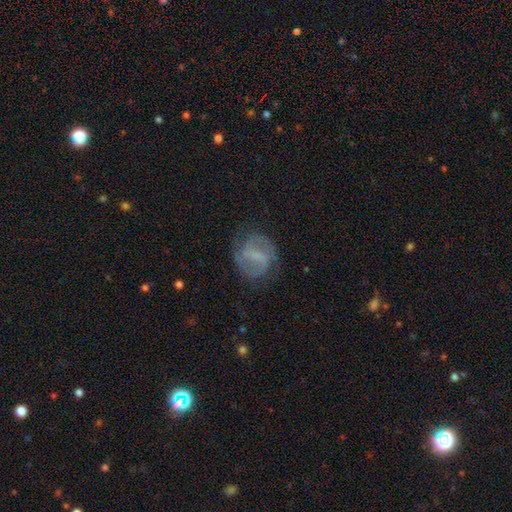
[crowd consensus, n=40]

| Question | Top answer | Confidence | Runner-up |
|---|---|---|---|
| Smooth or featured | featured or disk | 85% | smooth (10%) |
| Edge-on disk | no | 100% | — |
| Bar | strong | 56% | weak (24%) |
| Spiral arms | yes | 91% | no (9%) |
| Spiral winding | medium | 68% | tight (26%) |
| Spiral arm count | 2 | 97% | can't tell (3%) |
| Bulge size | none | 71% | small (15%) |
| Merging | none | 68% | minor disturbance (16%) |